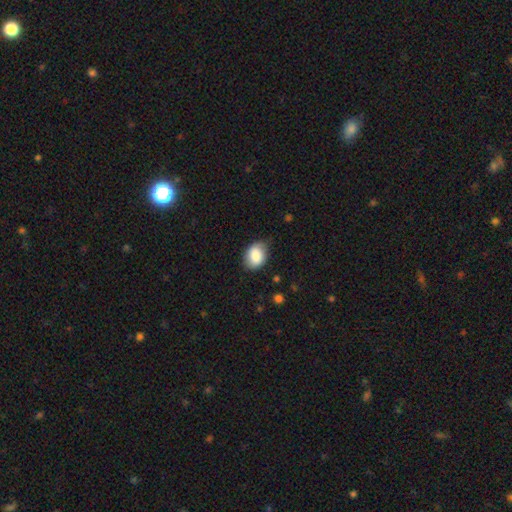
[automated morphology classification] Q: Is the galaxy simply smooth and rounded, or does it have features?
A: smooth — 84%.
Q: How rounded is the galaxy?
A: in between — 72%.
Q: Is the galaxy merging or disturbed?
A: none — 71%.